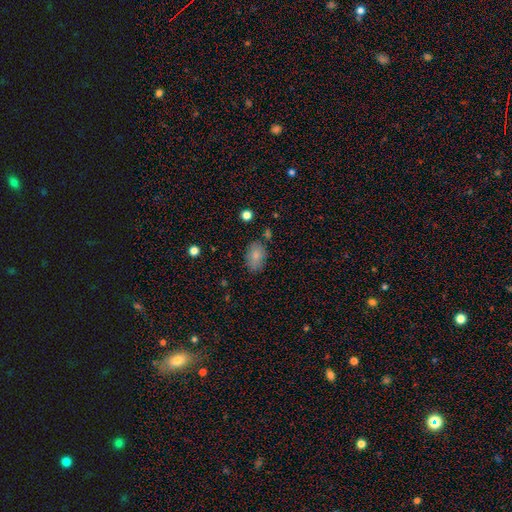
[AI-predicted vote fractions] Overall: smooth (82%). How rounded: in between (86%). Merging: none (76%).